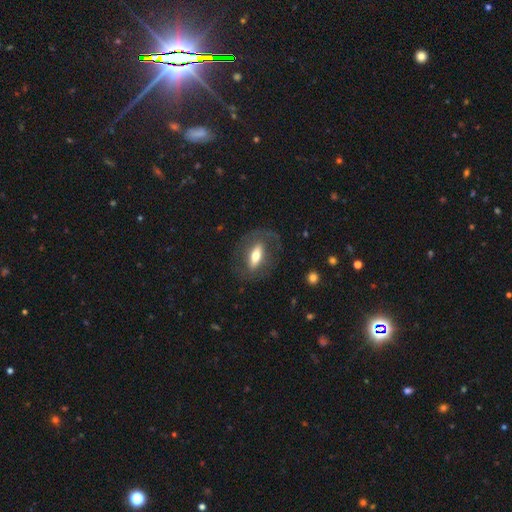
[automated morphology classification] Smooth or featured: featured or disk — 53% (smooth — 40%)
Edge-on disk: no — 73% (yes — 27%)
Merging: none — 69% (minor disturbance — 15%)